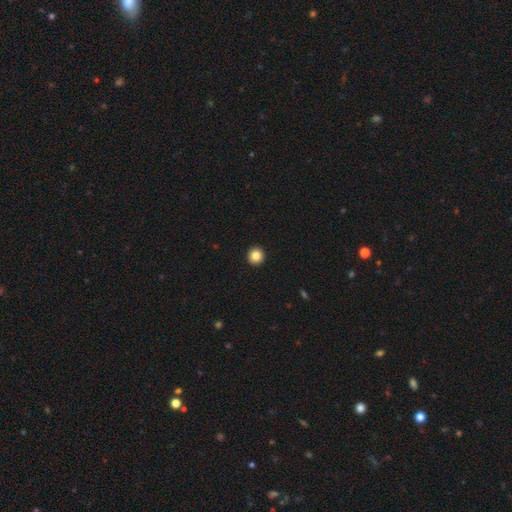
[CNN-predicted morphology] The model was most divided on "smooth or featured": smooth: 85%, star or artifact: 10%, featured or disk: 5%. More confident: how rounded — round (94%); merging — none (94%).